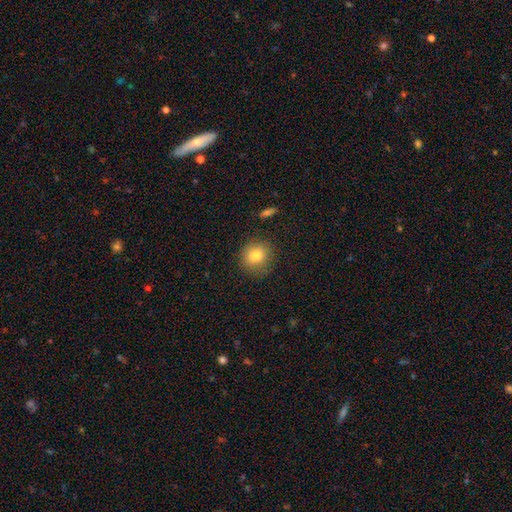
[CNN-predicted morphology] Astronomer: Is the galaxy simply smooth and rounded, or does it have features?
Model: smooth — 81%.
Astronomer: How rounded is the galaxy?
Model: round — 81%.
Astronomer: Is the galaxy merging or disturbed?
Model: none — 85%.